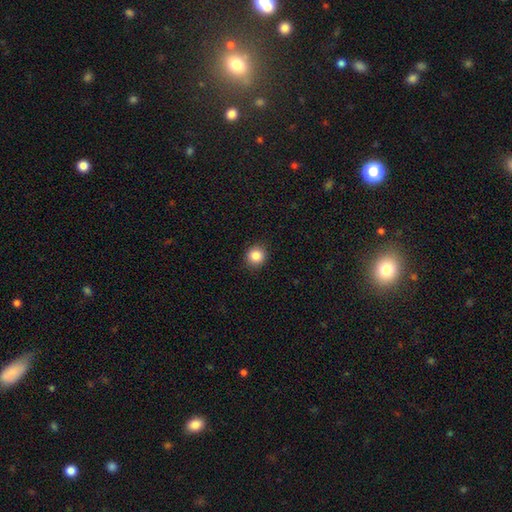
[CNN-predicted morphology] This appears to be a smooth galaxy with no disk features (85%) that is round (89%). Merging: none (91%).